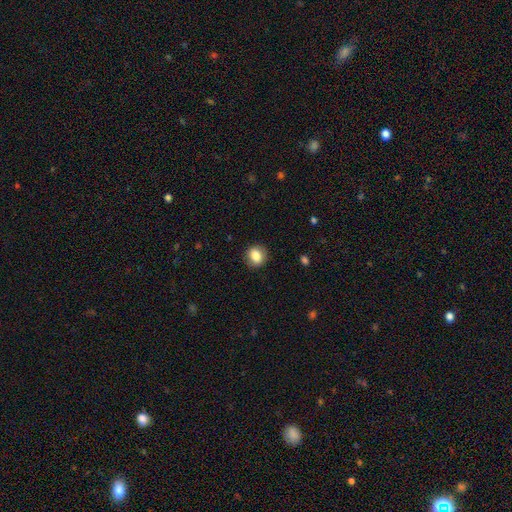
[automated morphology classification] This appears to be a smooth galaxy with no disk features (84%) that is round (63%). Merging: none (87%).